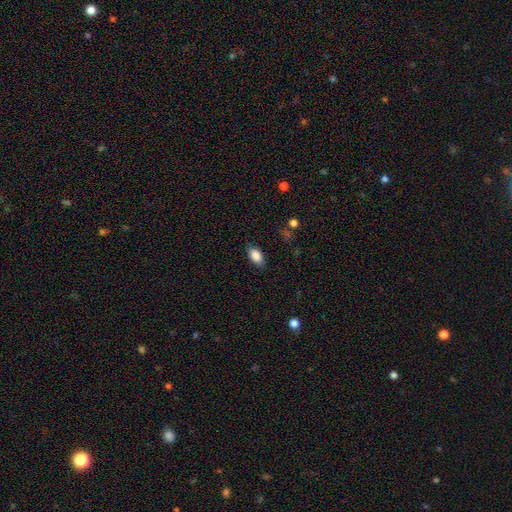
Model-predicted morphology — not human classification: smooth 87%, star or artifact 8%, featured or disk 6%. Down the decision tree: how rounded — in between (91%); merging — none (84%).